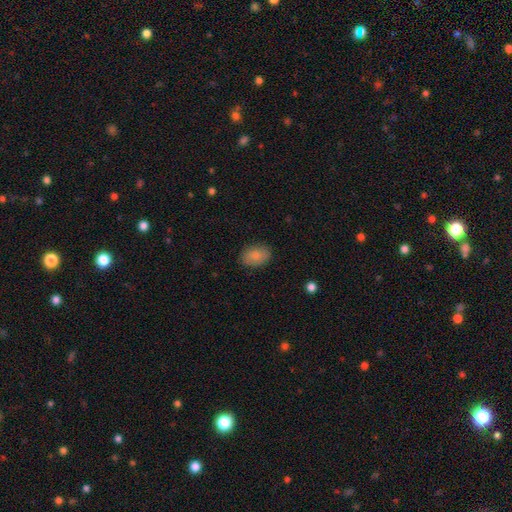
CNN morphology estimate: smooth 87%, star or artifact 7%, featured or disk 5%. Down the decision tree: how rounded — in between (83%); merging — none (86%).